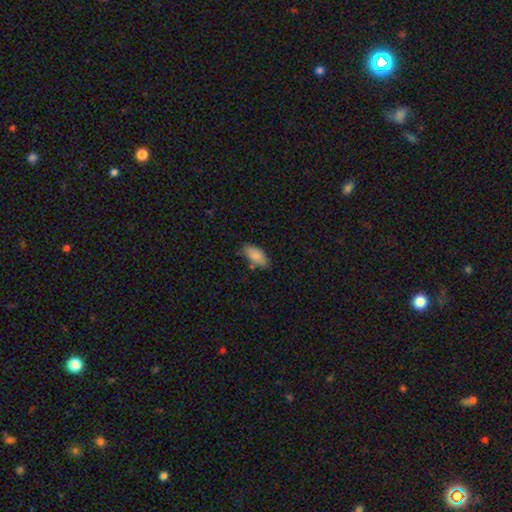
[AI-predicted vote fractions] smooth-or-featured: smooth: 87% | star or artifact: 7% | featured or disk: 7%
  how-rounded: in between: 89% | cigar-shaped: 9% | round: 2%
  merging: none: 75% | minor disturbance: 17% | merger: 4% | major disturbance: 3%